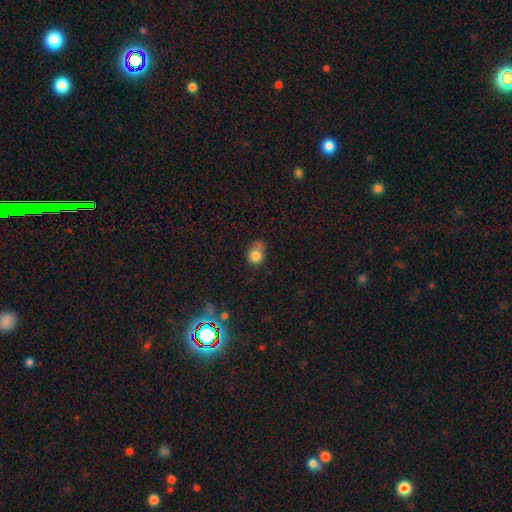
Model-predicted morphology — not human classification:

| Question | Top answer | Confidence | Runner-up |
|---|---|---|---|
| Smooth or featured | smooth | 81% | star or artifact (11%) |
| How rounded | round | 69% | in between (30%) |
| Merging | none | 44% | minor disturbance (30%) |